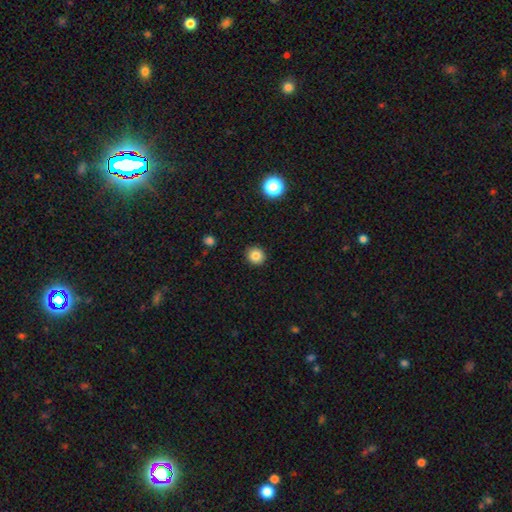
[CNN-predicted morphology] Smooth or featured: smooth — 83% (star or artifact — 11%)
How rounded: round — 89% (in between — 10%)
Merging: none — 92% (minor disturbance — 5%)